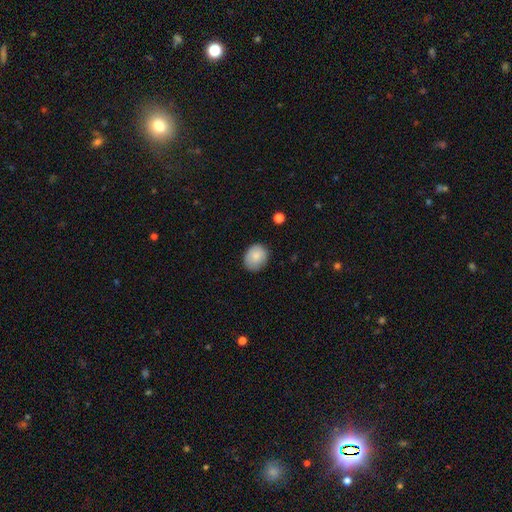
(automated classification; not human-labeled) smooth-or-featured: smooth: 84% | featured or disk: 8% | star or artifact: 7%
  how-rounded: round: 55% | in between: 44% | cigar-shaped: 1%
  merging: none: 82% | minor disturbance: 14% | major disturbance: 3% | merger: 1%